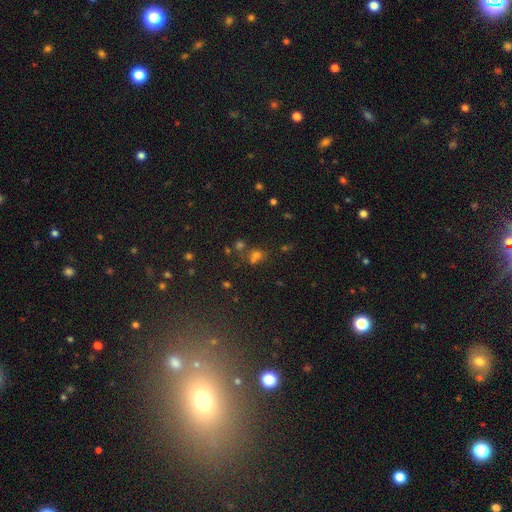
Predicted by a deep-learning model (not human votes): Q: Smooth or featured?
A: smooth (54%); runner-up: star or artifact (36%)
Q: How rounded?
A: round (68%); runner-up: in between (30%)
Q: Merging?
A: none (52%); runner-up: merger (31%)